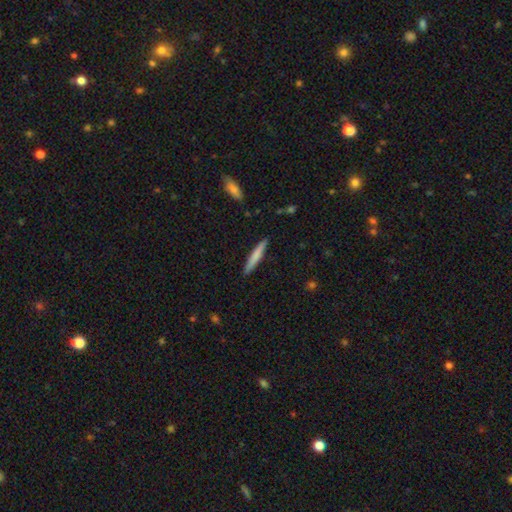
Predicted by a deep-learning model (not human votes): Smooth or featured? Predicted: smooth (p=0.69). How rounded? Predicted: cigar-shaped (p=0.94). Merging? Predicted: none (p=0.89).